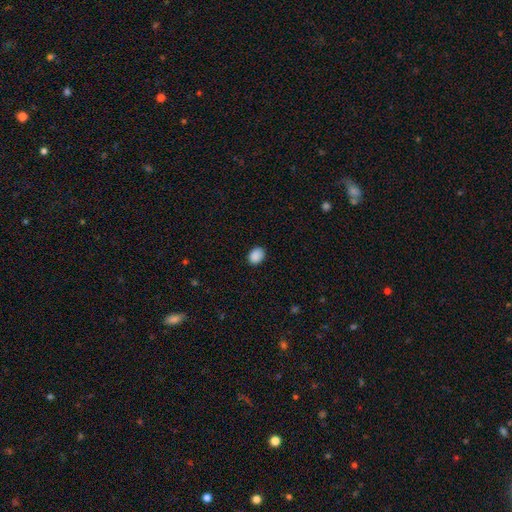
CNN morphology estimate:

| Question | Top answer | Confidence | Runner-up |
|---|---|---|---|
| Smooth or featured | smooth | 89% | star or artifact (8%) |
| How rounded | in between | 64% | round (35%) |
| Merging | none | 87% | minor disturbance (10%) |